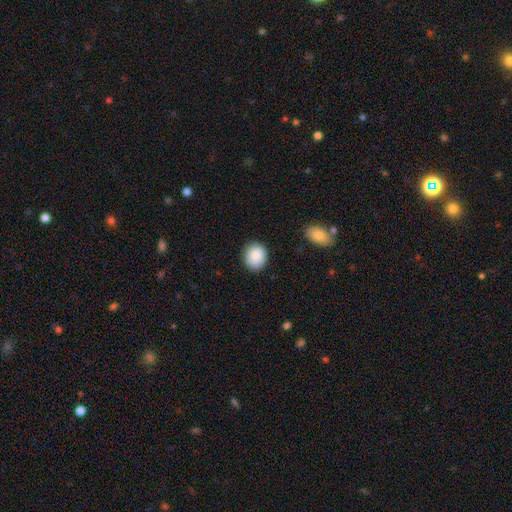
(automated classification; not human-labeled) Smooth or featured? smooth (88%)
How rounded? round (66%)
Merging? none (87%)